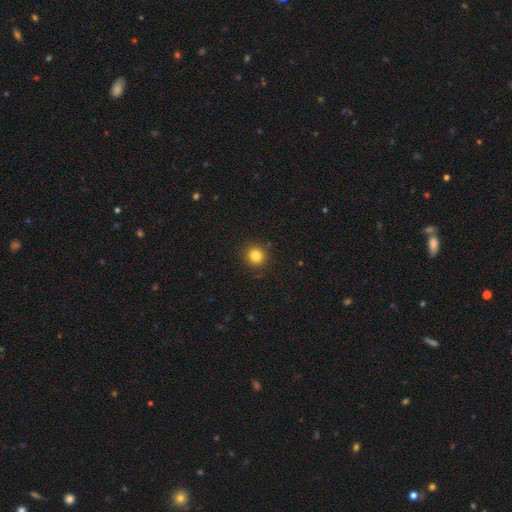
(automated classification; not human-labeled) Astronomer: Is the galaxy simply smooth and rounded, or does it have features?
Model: smooth — 82%.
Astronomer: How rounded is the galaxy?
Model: round — 91%.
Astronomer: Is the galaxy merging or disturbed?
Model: none — 89%.